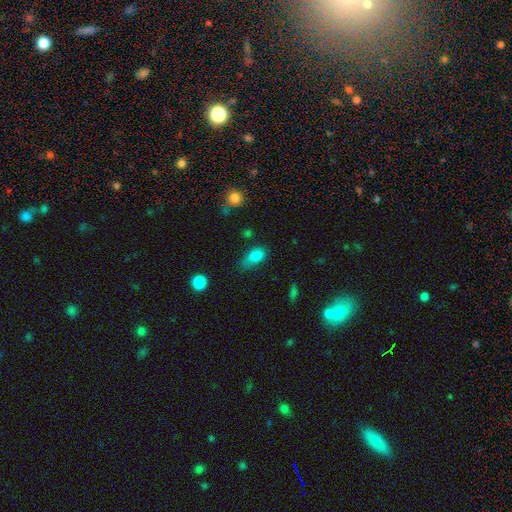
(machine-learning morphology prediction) Smooth or featured: smooth — 82% (star or artifact — 9%)
How rounded: in between — 85% (round — 11%)
Merging: none — 47% (minor disturbance — 37%)